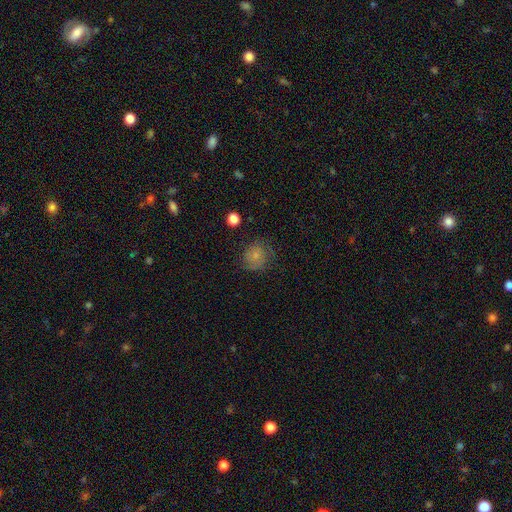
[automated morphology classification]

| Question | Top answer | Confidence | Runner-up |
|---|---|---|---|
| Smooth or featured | smooth | 61% | featured or disk (28%) |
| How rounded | round | 82% | in between (17%) |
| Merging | none | 65% | minor disturbance (22%) |